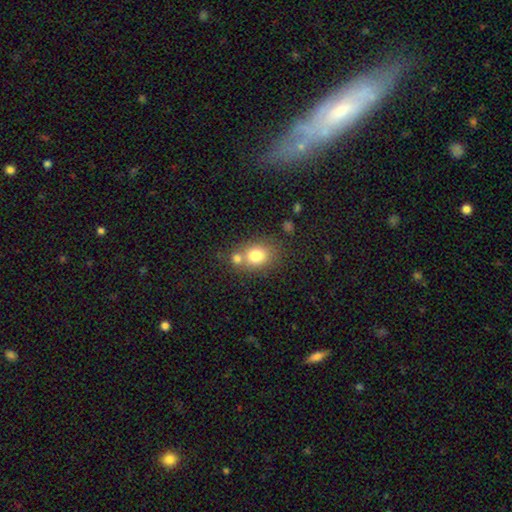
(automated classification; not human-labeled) Q: Smooth or featured?
A: smooth (77%); runner-up: featured or disk (12%)
Q: How rounded?
A: round (56%); runner-up: in between (43%)
Q: Merging?
A: none (50%); runner-up: merger (35%)